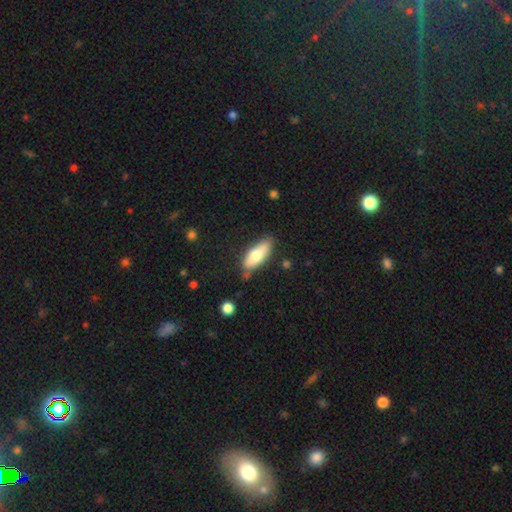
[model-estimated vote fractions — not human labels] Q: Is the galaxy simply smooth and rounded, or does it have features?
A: smooth — 69%.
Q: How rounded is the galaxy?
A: in between — 66%.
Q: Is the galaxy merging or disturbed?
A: none — 72%.